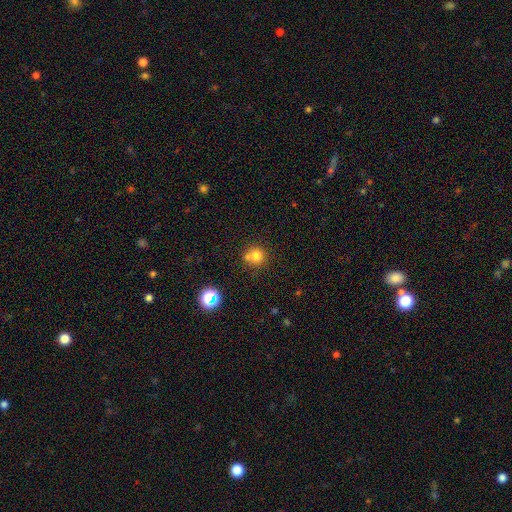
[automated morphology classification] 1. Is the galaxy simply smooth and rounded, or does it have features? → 75% smooth, 14% star or artifact, 11% featured or disk.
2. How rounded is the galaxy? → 89% round, 10% in between, 1% cigar-shaped.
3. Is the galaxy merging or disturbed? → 57% none, 30% merger, 10% minor disturbance, 4% major disturbance.